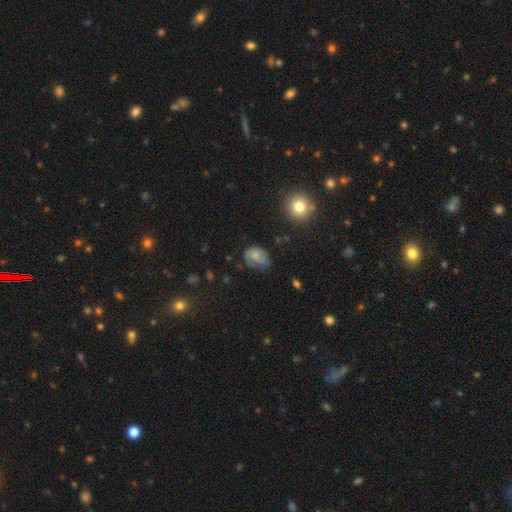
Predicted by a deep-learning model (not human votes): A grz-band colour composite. It shows a smooth galaxy with no disk features (52%) that is in between round and cigar-shaped (60%). Merging: none (38%).